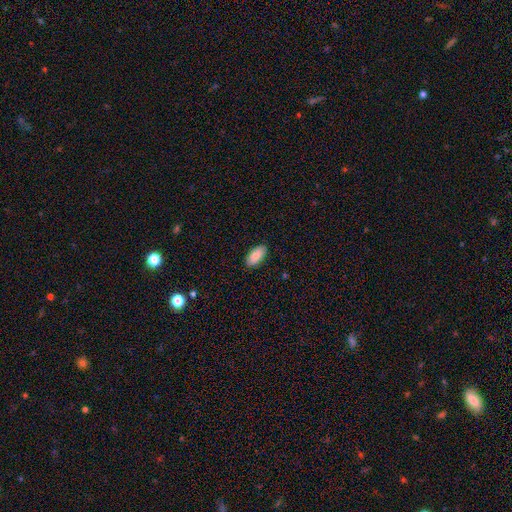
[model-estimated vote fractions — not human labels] smooth 89%, star or artifact 6%, featured or disk 6%. Down the decision tree: how rounded — in between (94%); merging — none (88%).